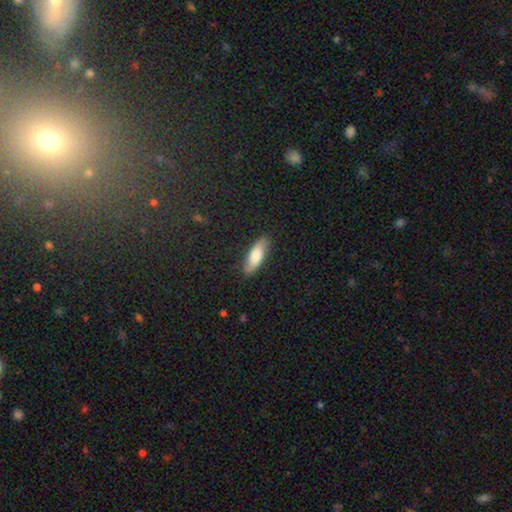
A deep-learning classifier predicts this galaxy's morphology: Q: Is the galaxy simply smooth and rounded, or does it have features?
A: smooth — 69%.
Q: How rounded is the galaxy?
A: in between — 57%.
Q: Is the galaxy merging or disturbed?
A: none — 84%.